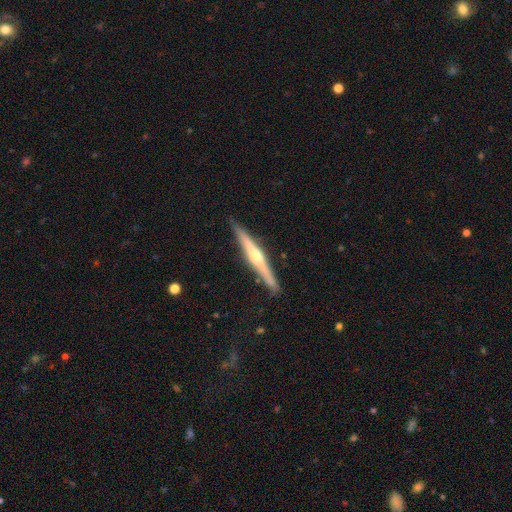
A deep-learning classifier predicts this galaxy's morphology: This appears to be a featured or disk galaxy (75%) viewed edge-on (98%) with a rounded central bulge (83%). Merging: none (89%).